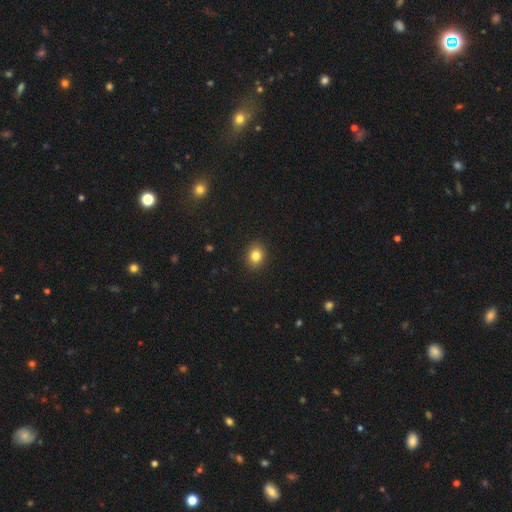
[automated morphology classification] Smooth or featured?
  - smooth: 82% *
  - star or artifact: 11%
  - featured or disk: 7%
How rounded?
  - round: 57% *
  - in between: 42%
  - cigar-shaped: 1%
Merging?
  - none: 91% *
  - minor disturbance: 6%
  - major disturbance: 2%
  - merger: 1%